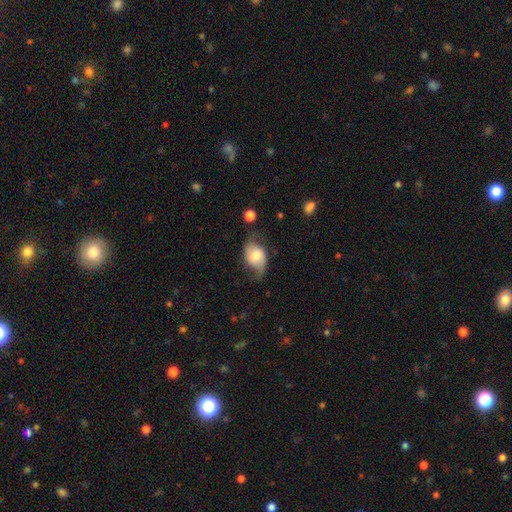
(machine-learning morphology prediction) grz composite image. It shows a featured or disk galaxy (51%). Merging: none (50%).